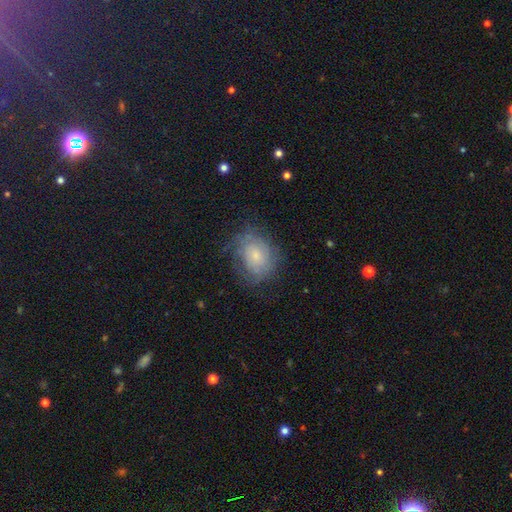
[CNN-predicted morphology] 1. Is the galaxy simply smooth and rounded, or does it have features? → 48% smooth, 42% featured or disk, 9% star or artifact.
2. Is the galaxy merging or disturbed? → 62% none, 24% minor disturbance, 13% major disturbance, 1% merger.